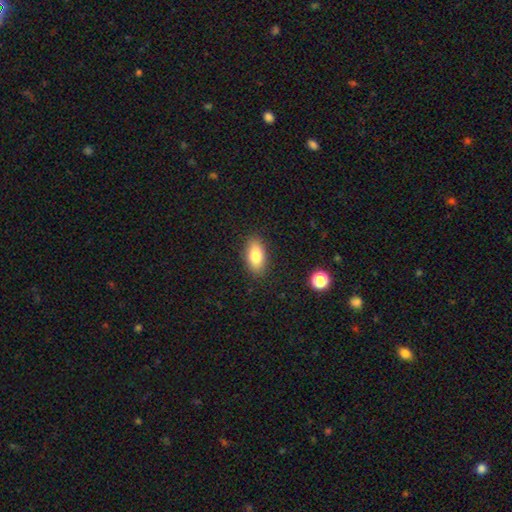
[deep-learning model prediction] Morphology: type=smooth (80%); roundness=in between (89%); merging=none (88%).